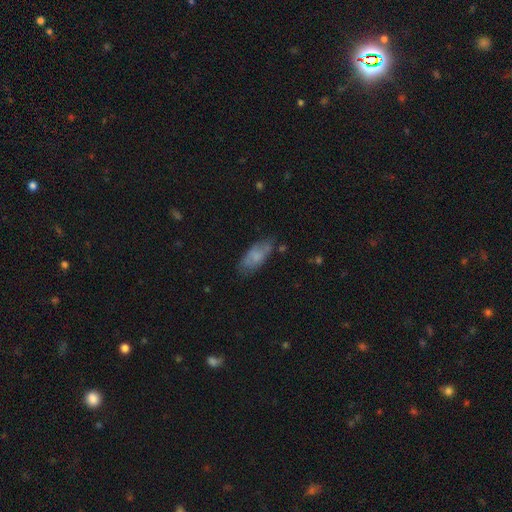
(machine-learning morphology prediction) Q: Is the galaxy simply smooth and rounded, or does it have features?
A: smooth — 70%.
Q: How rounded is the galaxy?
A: in between — 81%.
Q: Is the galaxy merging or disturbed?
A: none — 67%.